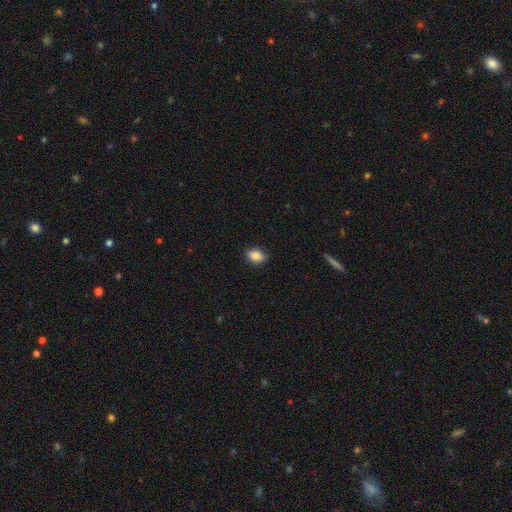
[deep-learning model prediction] smooth 86%, star or artifact 9%, featured or disk 5%. Down the decision tree: how rounded — in between (74%); merging — none (85%).